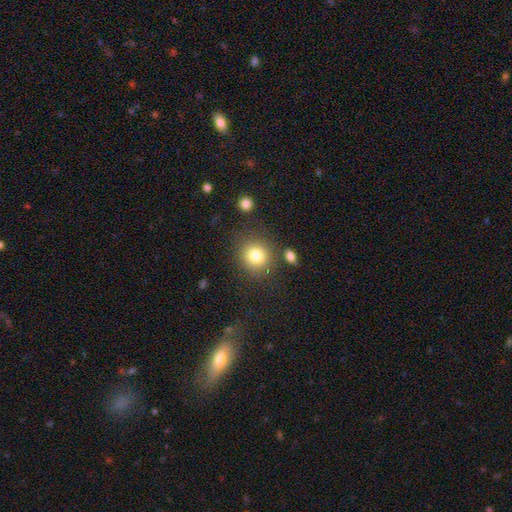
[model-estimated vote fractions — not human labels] The model was most divided on "merging": none: 80%, minor disturbance: 10%, merger: 6%, major disturbance: 4%. More confident: how rounded — round (88%); smooth or featured — smooth (81%).